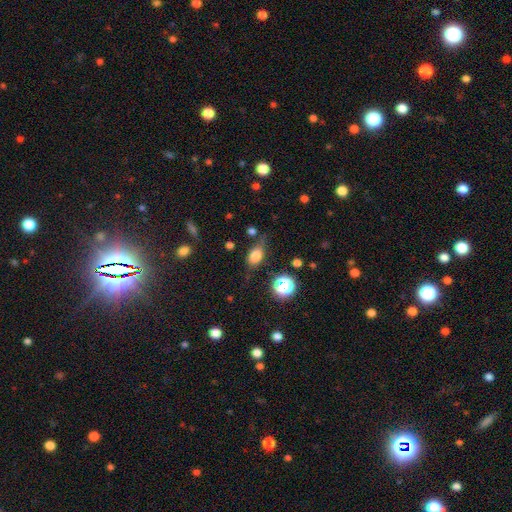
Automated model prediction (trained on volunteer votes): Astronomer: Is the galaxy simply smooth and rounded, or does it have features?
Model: smooth — 71%.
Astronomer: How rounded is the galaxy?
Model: in between — 72%.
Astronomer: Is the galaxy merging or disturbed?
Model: none — 61%.